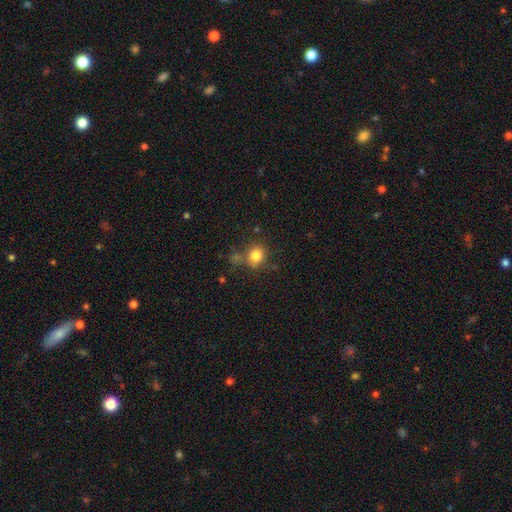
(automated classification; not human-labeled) This is clearly a smooth galaxy (82%). How rounded: likely round (71%). Merging: likely none (68%).